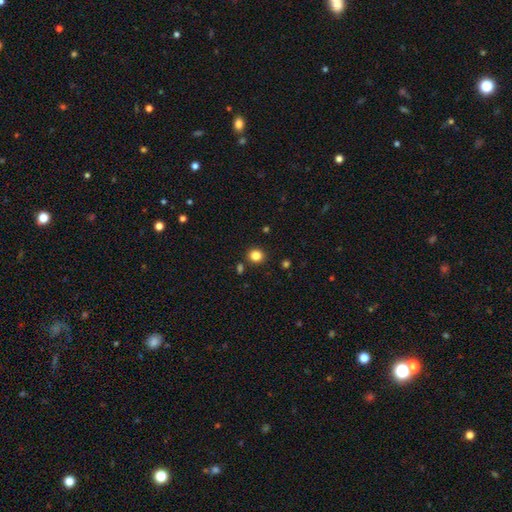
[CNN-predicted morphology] A smooth galaxy with no disk features (83%) that is round (83%). Merging: none (88%).